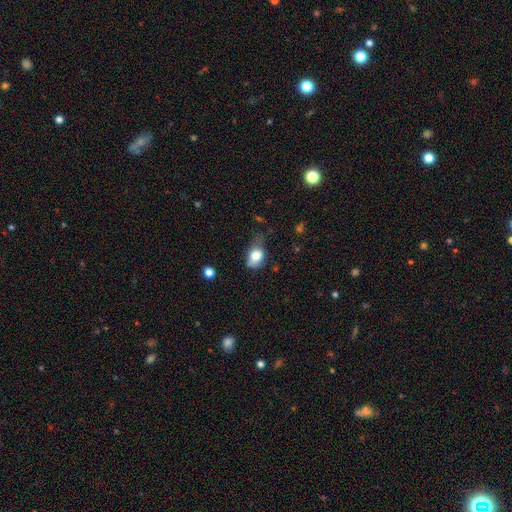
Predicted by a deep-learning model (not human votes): Smooth or featured: smooth — 76% (featured or disk — 16%)
How rounded: in between — 79% (round — 18%)
Merging: minor disturbance — 41% (none — 33%)